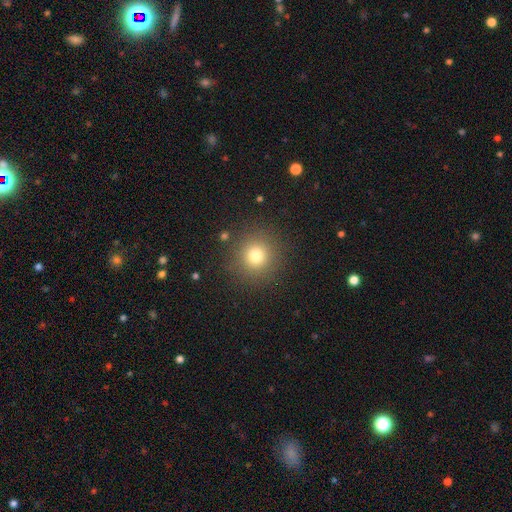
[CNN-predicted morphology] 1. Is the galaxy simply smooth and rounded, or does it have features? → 76% smooth, 15% star or artifact, 9% featured or disk.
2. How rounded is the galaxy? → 94% round, 5% in between, 1% cigar-shaped.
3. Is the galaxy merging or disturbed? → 88% none, 7% minor disturbance, 3% major disturbance, 2% merger.